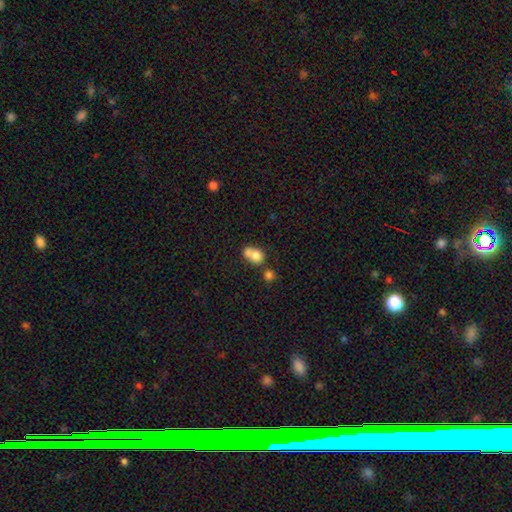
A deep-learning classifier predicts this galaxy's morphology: Smooth or featured: smooth — 76% (featured or disk — 14%)
How rounded: round — 56% (in between — 42%)
Merging: merger — 61% (none — 26%)